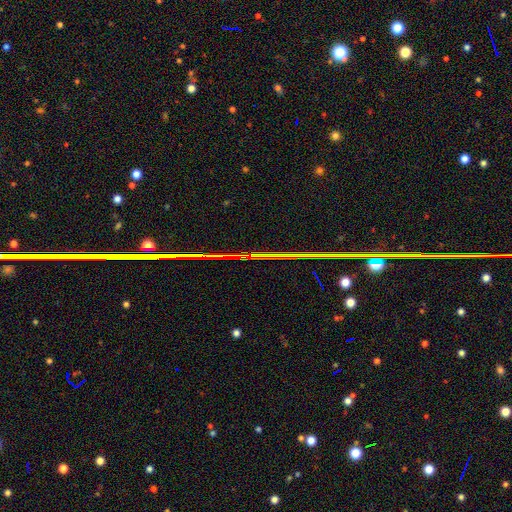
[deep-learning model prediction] Smooth or featured?
  - star or artifact: 83% *
  - featured or disk: 9%
  - smooth: 8%